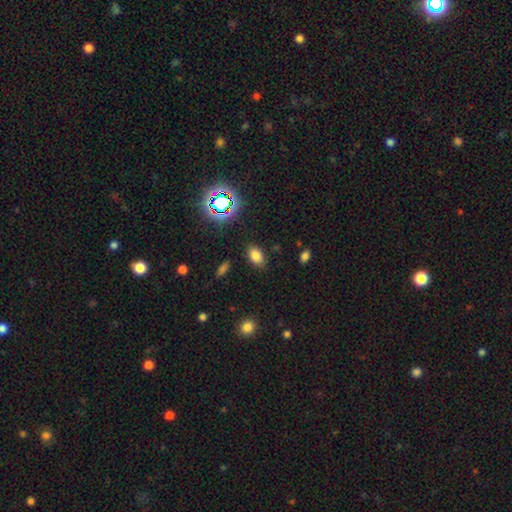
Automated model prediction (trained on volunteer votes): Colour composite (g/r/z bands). It shows a smooth galaxy with no disk features (76%) that is in between round and cigar-shaped (86%). Merging: none (85%).